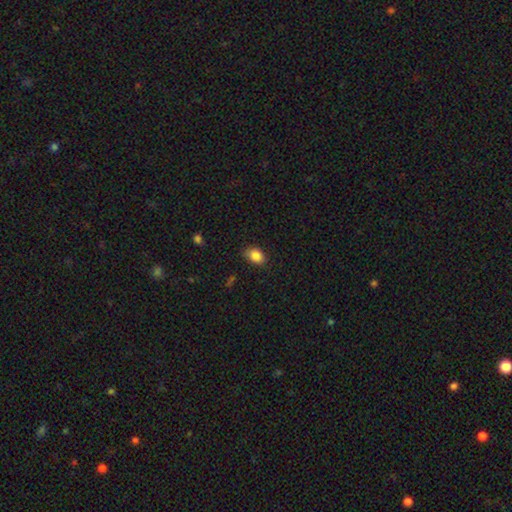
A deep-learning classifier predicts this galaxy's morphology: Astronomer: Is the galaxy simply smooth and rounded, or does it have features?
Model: smooth — 87%.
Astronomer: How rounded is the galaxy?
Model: in between — 74%.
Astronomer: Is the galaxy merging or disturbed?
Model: none — 76%.